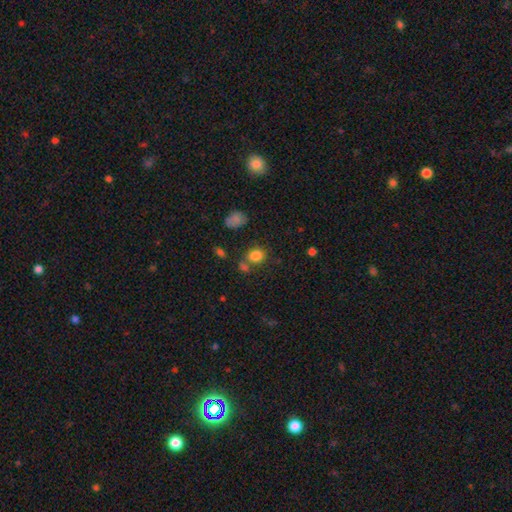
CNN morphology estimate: Smooth or featured? Predicted: smooth (p=0.82). How rounded? Predicted: round (p=0.59). Merging? Predicted: none (p=0.63).